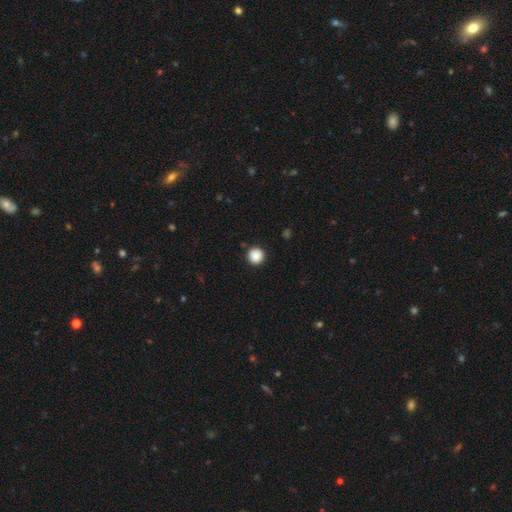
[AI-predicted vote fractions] Smooth or featured: smooth — 88% (star or artifact — 9%)
How rounded: round — 96% (in between — 3%)
Merging: none — 92% (minor disturbance — 5%)